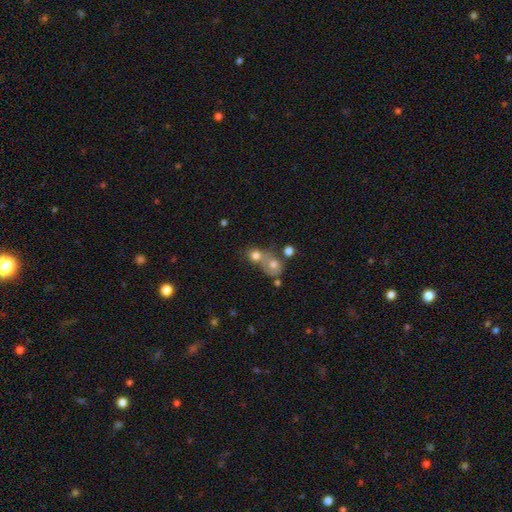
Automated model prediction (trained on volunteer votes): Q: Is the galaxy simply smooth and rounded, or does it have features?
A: smooth — 72%.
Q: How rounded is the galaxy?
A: round — 75%.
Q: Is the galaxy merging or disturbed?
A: merger — 61%.